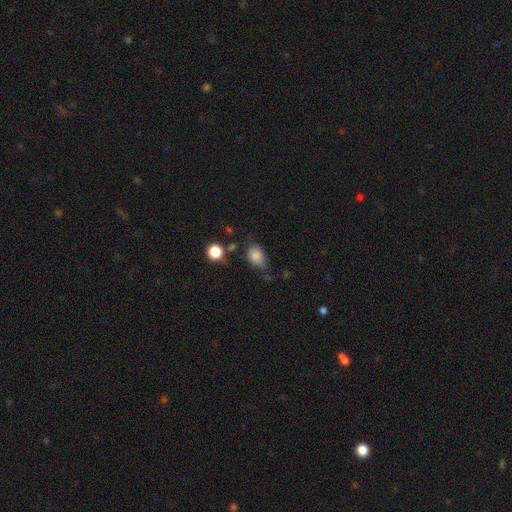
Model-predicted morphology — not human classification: The model was most divided on "merging": none: 51%, minor disturbance: 33%, major disturbance: 10%, merger: 5%. More confident: smooth or featured — smooth (82%); how rounded — in between (72%).